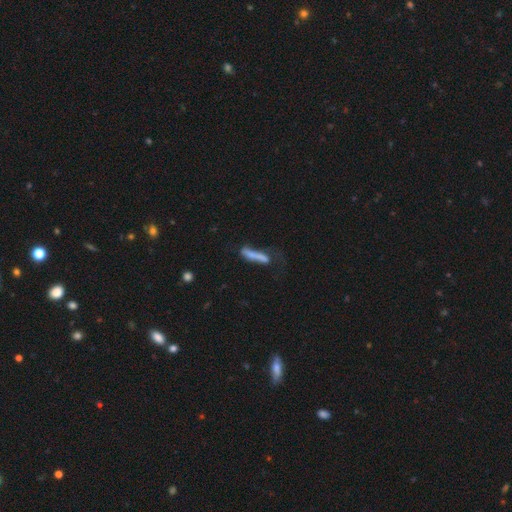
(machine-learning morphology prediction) Smooth or featured?
  - smooth: 63% *
  - featured or disk: 28%
  - star or artifact: 9%
How rounded?
  - cigar-shaped: 82% *
  - in between: 15%
  - round: 2%
Merging?
  - none: 37% *
  - major disturbance: 26%
  - minor disturbance: 25%
  - merger: 12%